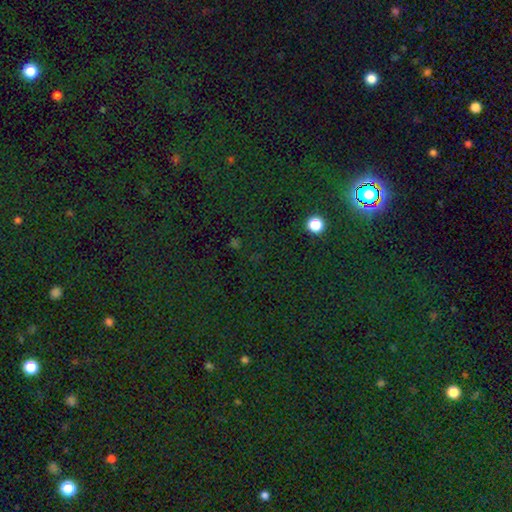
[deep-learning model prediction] This appears to be a star or artifact, not a galaxy (78%).